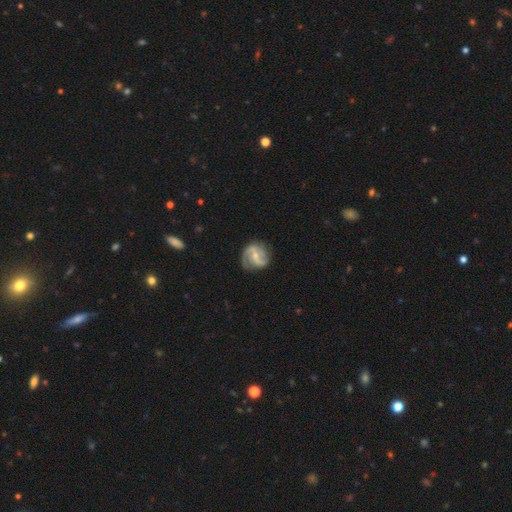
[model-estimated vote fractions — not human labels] Q: Smooth or featured?
A: featured or disk (81%); runner-up: smooth (13%)
Q: Edge-on disk?
A: no (98%); runner-up: yes (2%)
Q: Bar?
A: weak (47%); runner-up: no (34%)
Q: Spiral arms?
A: yes (95%); runner-up: no (5%)
Q: Spiral winding?
A: medium (50%); runner-up: loose (26%)
Q: Spiral arm count?
A: 2 (73%); runner-up: 3 (11%)
Q: Bulge size?
A: small (57%); runner-up: moderate (37%)
Q: Merging?
A: none (74%); runner-up: minor disturbance (18%)